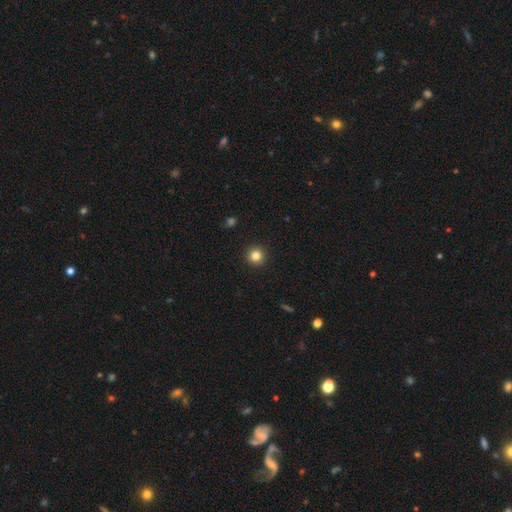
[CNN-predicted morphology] This is clearly a smooth galaxy (83%). How rounded: clearly round (95%). Merging: clearly none (93%).